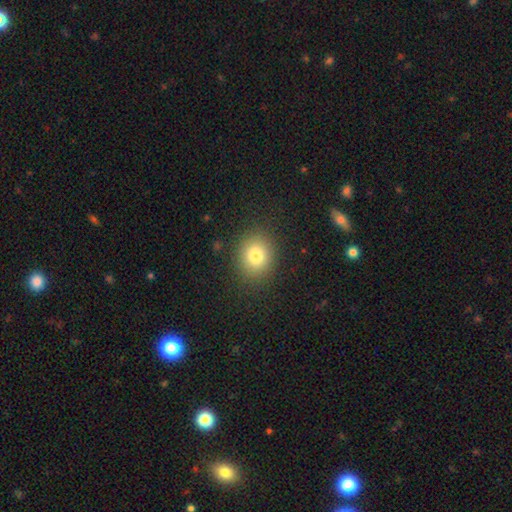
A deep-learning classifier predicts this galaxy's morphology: type=smooth (80%); roundness=round (70%); merging=none (87%).